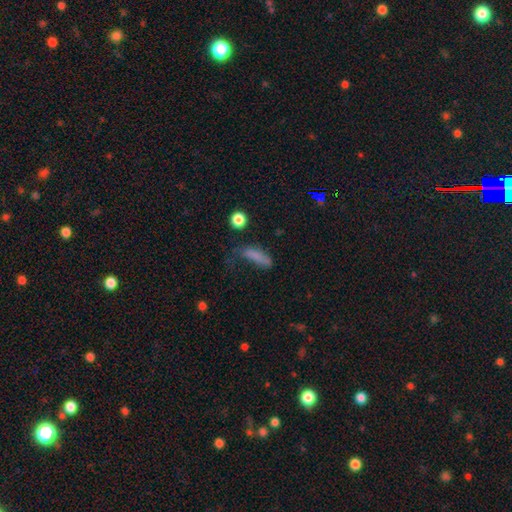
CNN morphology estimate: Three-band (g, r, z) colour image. It shows a smooth galaxy with no disk features (74%) that is cigar-shaped (56%). Merging: none (39%).